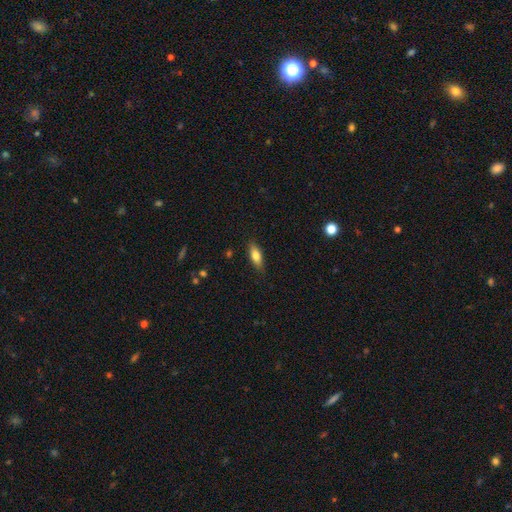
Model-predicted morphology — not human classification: smooth-or-featured: smooth: 74% | featured or disk: 18% | star or artifact: 7%
  how-rounded: in between: 66% | cigar-shaped: 31% | round: 3%
  merging: none: 85% | minor disturbance: 11% | major disturbance: 2% | merger: 1%